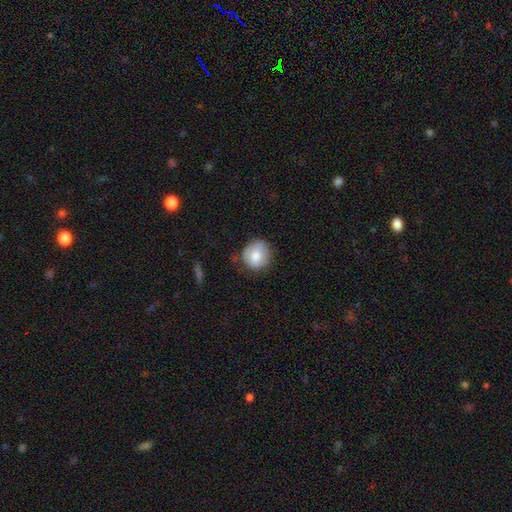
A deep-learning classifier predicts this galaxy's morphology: type=smooth (78%); roundness=round (82%); merging=none (70%).